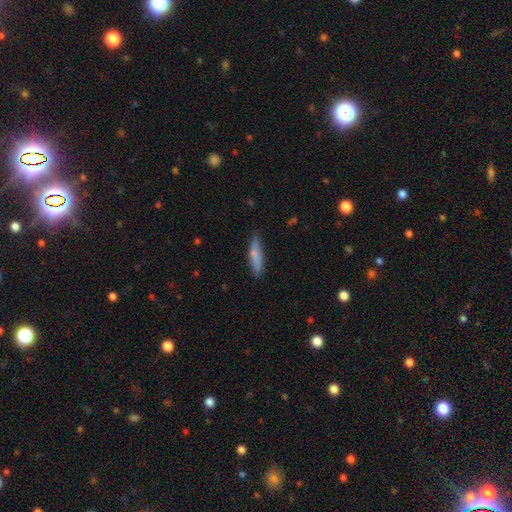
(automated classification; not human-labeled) A smooth galaxy with no disk features (74%) that is cigar-shaped (82%). Merging: none (81%).